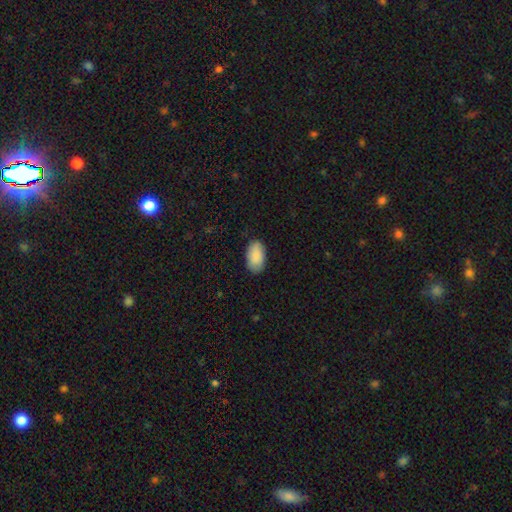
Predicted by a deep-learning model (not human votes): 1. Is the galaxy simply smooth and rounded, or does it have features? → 89% smooth, 6% star or artifact, 5% featured or disk.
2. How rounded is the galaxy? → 95% in between, 3% round, 1% cigar-shaped.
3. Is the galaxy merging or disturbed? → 84% none, 12% minor disturbance, 2% major disturbance, 1% merger.